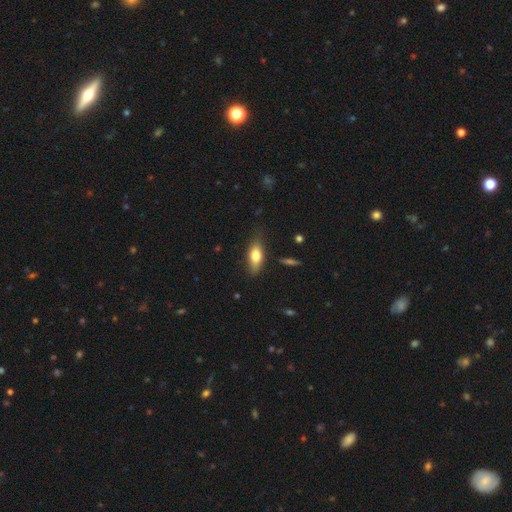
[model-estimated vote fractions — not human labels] This appears to be a smooth galaxy with no disk features (72%) that is in between round and cigar-shaped (77%). Merging: none (71%).